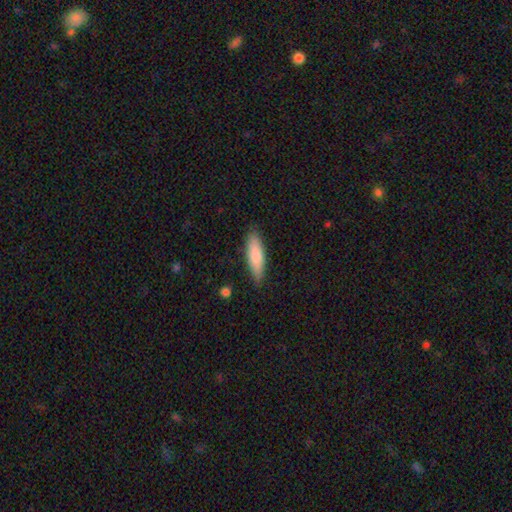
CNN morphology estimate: Overall: smooth (81%). How rounded: cigar-shaped (57%; in between 42%). Merging: none (84%).